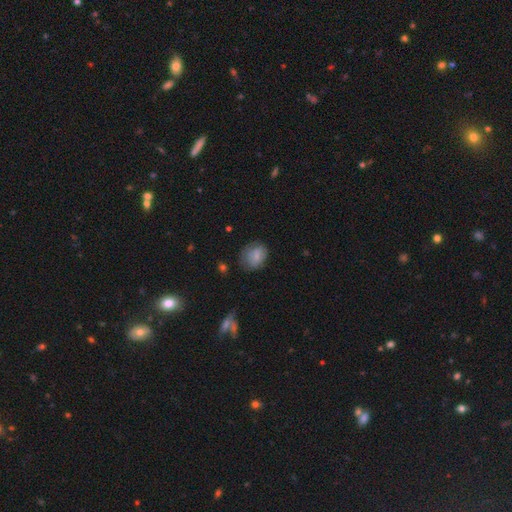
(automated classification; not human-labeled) A smooth galaxy with no disk features (70%) that is in between round and cigar-shaped (55%). Merging: none (64%).